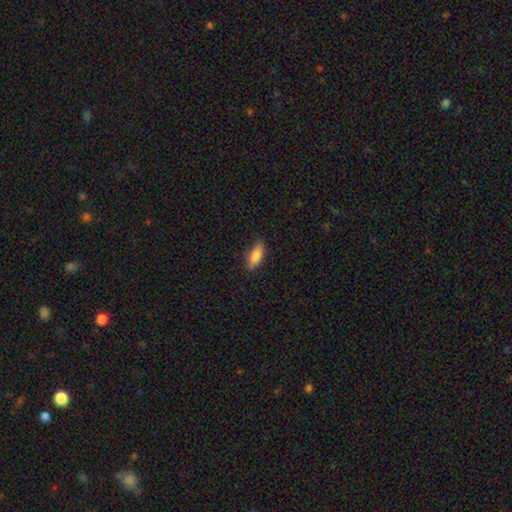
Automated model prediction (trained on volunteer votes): A smooth galaxy with no disk features (84%) that is in between round and cigar-shaped (69%). Merging: none (84%).